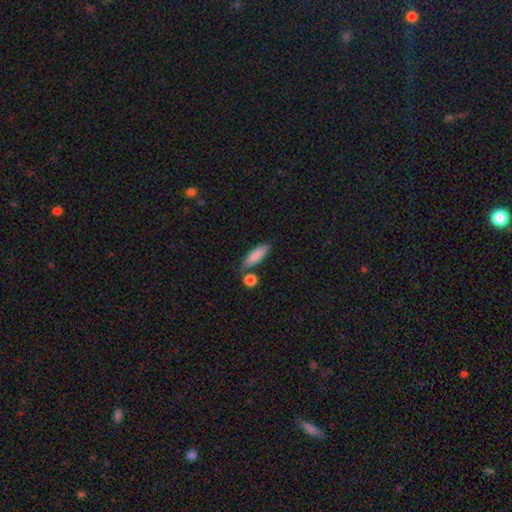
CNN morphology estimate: Smooth or featured?
  - smooth: 85% *
  - featured or disk: 9%
  - star or artifact: 6%
How rounded?
  - in between: 49% *
  - cigar-shaped: 48%
  - round: 3%
Merging?
  - none: 72% *
  - minor disturbance: 14%
  - merger: 10%
  - major disturbance: 4%